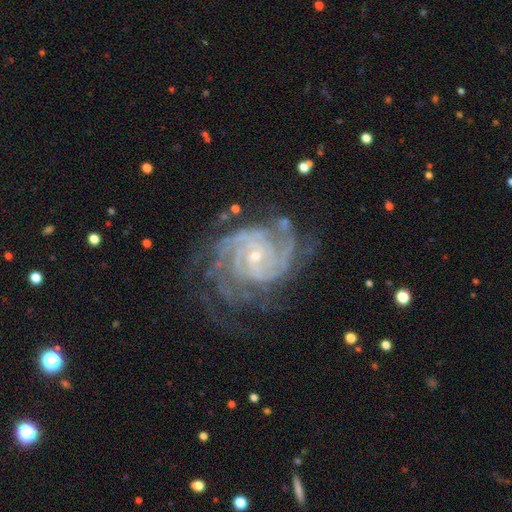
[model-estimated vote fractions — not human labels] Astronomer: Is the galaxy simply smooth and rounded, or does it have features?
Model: featured or disk — 92%.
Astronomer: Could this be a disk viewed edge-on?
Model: no — 98%.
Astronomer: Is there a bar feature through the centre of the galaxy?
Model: no — 67%.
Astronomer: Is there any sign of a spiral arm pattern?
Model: yes — 98%.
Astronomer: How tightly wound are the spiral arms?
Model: tight — 72%.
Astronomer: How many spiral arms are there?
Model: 4 — 23% (runner-up: 3, 21%).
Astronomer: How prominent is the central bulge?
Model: small — 76%.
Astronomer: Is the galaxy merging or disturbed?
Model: none — 64%.